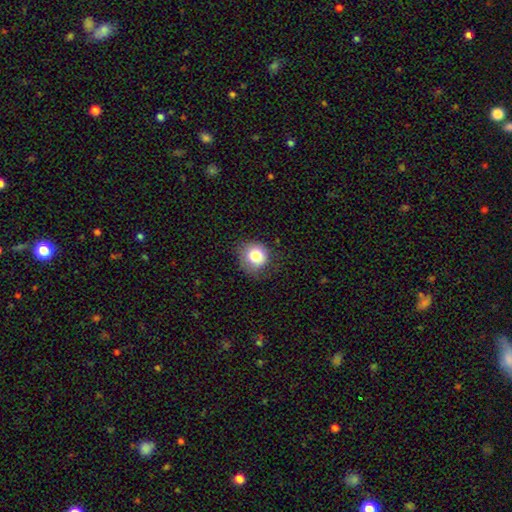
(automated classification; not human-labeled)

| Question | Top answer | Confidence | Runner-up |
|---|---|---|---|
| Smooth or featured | smooth | 81% | star or artifact (10%) |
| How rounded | round | 88% | in between (11%) |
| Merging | none | 71% | minor disturbance (21%) |